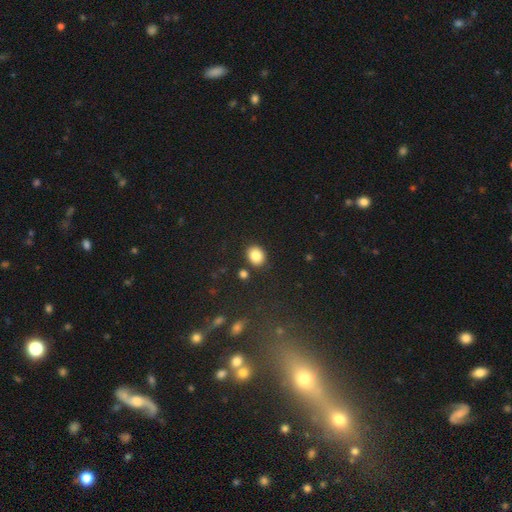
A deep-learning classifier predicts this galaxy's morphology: Q: Smooth or featured?
A: smooth (86%); runner-up: star or artifact (9%)
Q: How rounded?
A: round (59%); runner-up: in between (40%)
Q: Merging?
A: none (85%); runner-up: minor disturbance (8%)